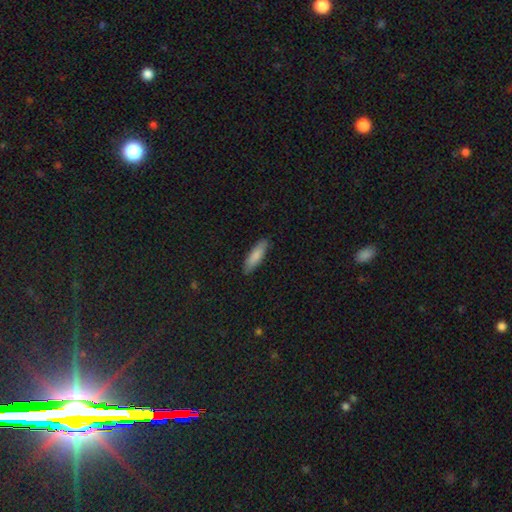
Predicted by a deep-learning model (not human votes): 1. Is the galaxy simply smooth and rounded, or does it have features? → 84% smooth, 10% featured or disk, 6% star or artifact.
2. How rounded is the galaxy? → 63% cigar-shaped, 36% in between, 1% round.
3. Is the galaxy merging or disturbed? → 87% none, 10% minor disturbance, 2% major disturbance, 1% merger.